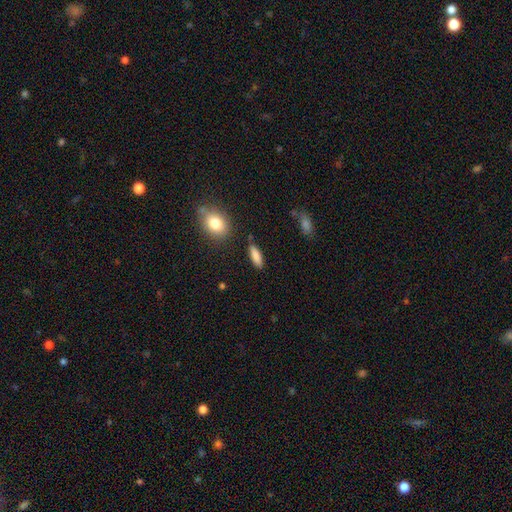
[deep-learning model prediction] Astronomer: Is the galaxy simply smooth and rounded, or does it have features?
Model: smooth — 86%.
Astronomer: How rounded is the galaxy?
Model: in between — 57% (runner-up: cigar-shaped, 41%).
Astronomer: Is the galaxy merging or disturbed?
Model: none — 84%.